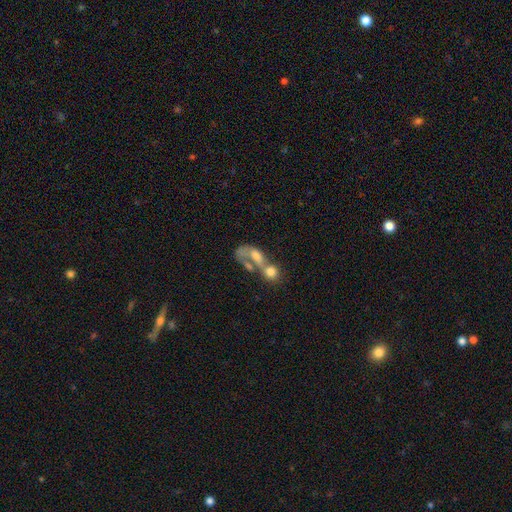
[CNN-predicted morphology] The model was most divided on "smooth or featured": smooth: 53%, featured or disk: 36%, star or artifact: 11%. More confident: how rounded — in between (69%); merging — merger (67%).